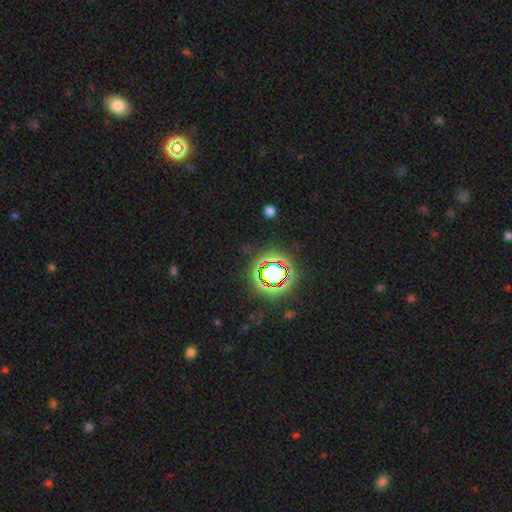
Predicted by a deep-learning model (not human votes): Q: Smooth or featured?
A: star or artifact (79%); runner-up: smooth (13%)